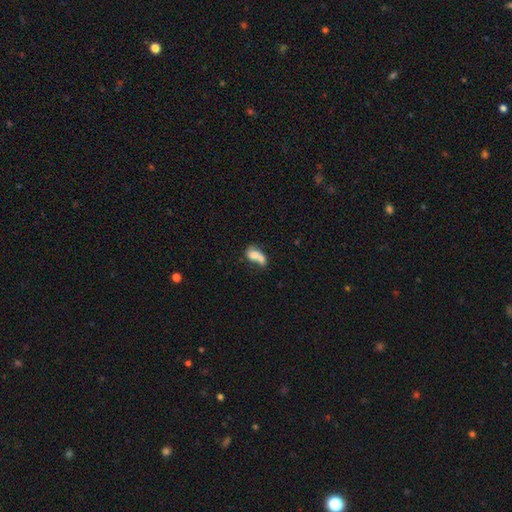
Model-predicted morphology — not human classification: Smooth or featured: smooth — 67% (featured or disk — 24%)
How rounded: in between — 72% (round — 25%)
Merging: merger — 65% (none — 16%)